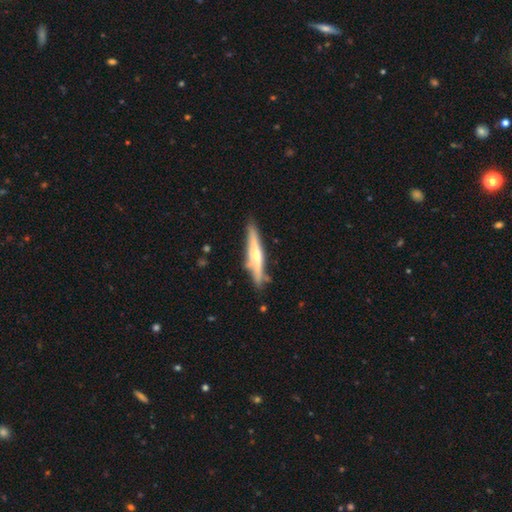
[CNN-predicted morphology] This appears to be a featured or disk galaxy (63%) viewed edge-on (95%) with a rounded central bulge (83%). Merging: none (78%).